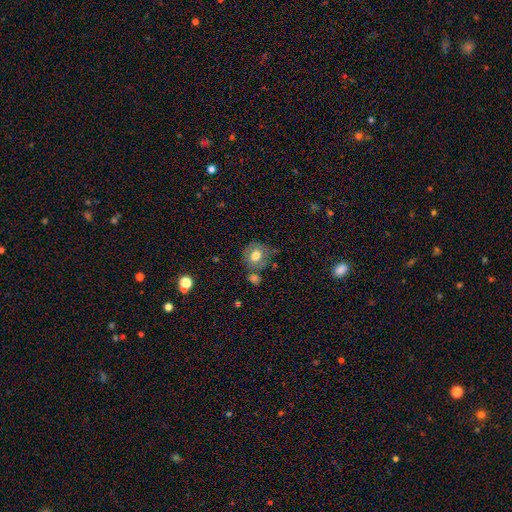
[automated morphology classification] A smooth galaxy with no disk features (72%) that is round (74%). Merging: none (62%).